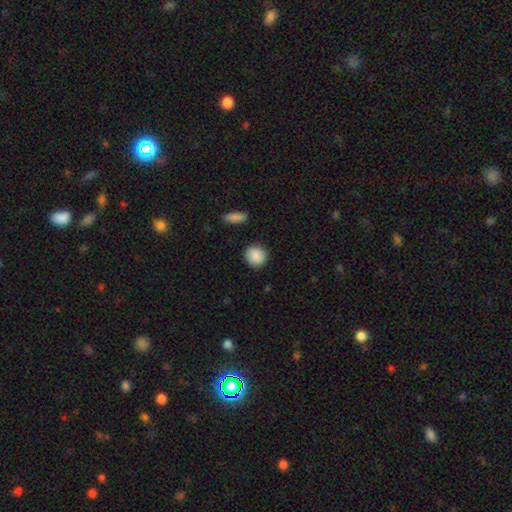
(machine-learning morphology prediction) A smooth galaxy with no disk features (89%) that is round (90%).

Vote fractions:
- Smooth or featured? smooth: 89% / star or artifact: 7% / featured or disk: 4%
- How rounded? round: 90% / in between: 9% / cigar-shaped: 1%
- Merging? none: 90% / minor disturbance: 7% / major disturbance: 2% / merger: 1%